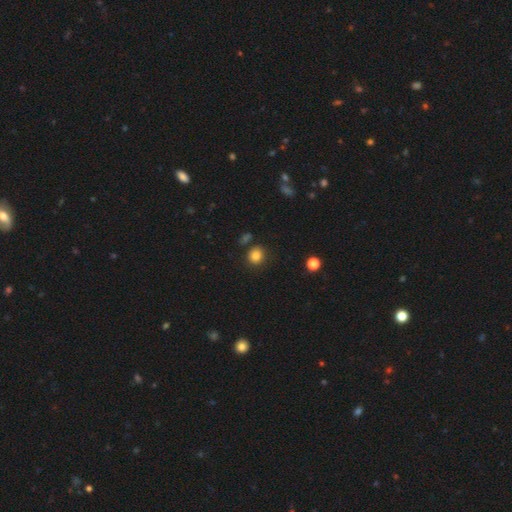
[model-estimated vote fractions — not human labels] Smooth or featured: smooth — 82% (star or artifact — 12%)
How rounded: round — 83% (in between — 16%)
Merging: none — 83% (minor disturbance — 9%)